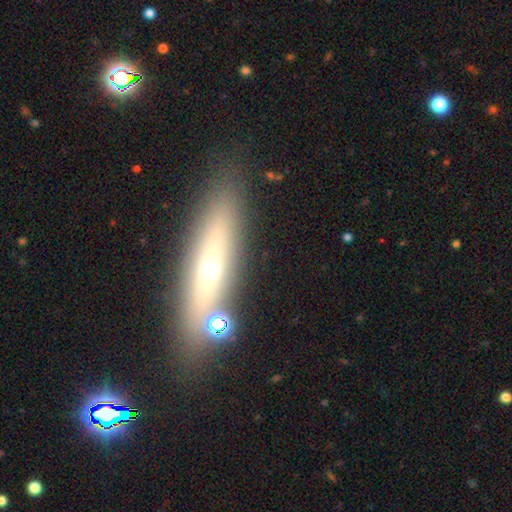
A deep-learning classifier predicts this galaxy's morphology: type=featured or disk (49%); merging=none (79%).